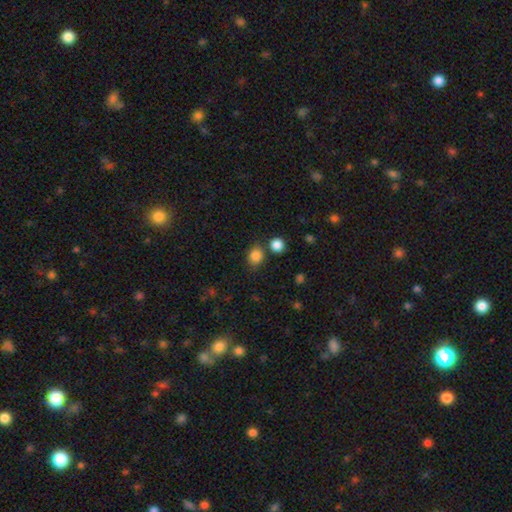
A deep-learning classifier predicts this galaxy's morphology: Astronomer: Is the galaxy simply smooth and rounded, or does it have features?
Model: smooth — 85%.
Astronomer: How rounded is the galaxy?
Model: round — 69%.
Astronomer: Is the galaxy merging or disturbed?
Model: none — 72%.